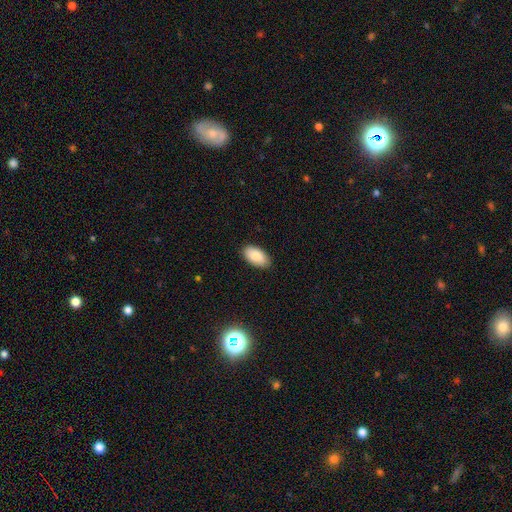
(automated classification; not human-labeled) Q: Smooth or featured?
A: smooth (84%); runner-up: featured or disk (10%)
Q: How rounded?
A: in between (95%); runner-up: round (3%)
Q: Merging?
A: none (87%); runner-up: minor disturbance (10%)